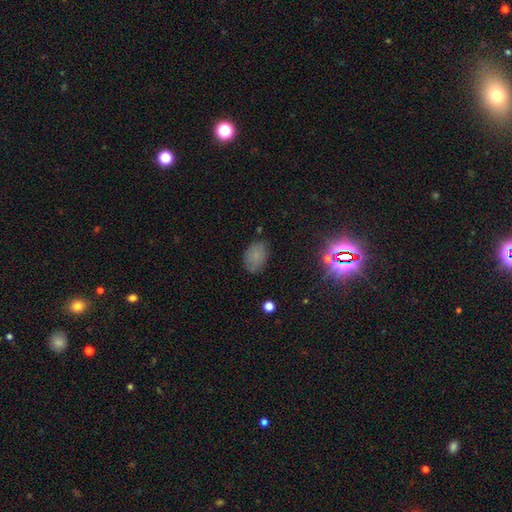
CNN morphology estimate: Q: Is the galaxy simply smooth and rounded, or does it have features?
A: smooth — 72%.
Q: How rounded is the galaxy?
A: in between — 83%.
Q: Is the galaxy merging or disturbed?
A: none — 76%.